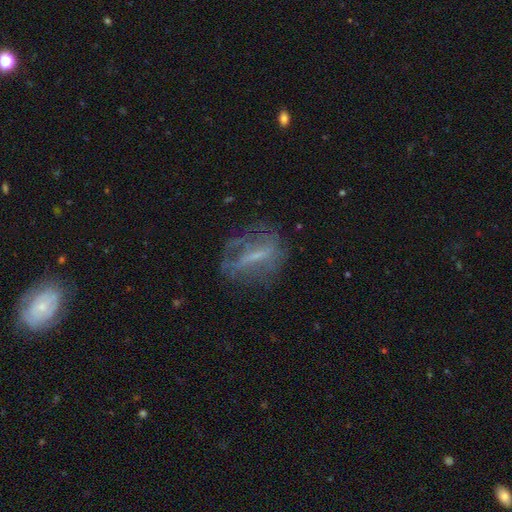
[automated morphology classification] A featured or disk galaxy (62%) with a strong bar (45%), no spiral arms (60%) and a small central bulge (41%). Merging: none (56%).